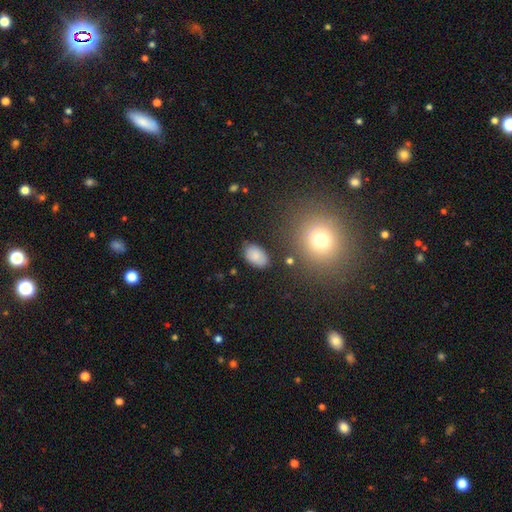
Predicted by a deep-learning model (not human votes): Smooth or featured: smooth — 84% (star or artifact — 9%)
How rounded: in between — 91% (round — 8%)
Merging: none — 80% (minor disturbance — 14%)